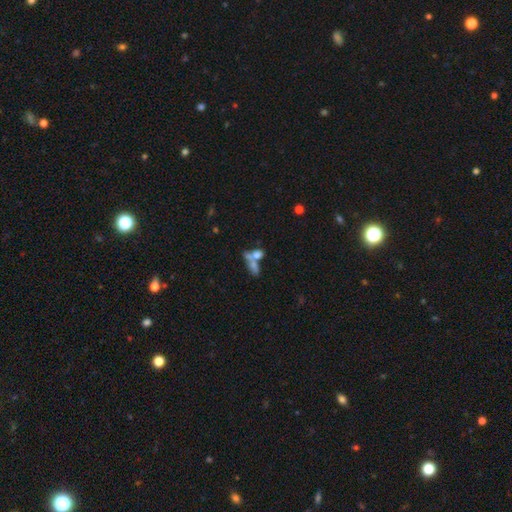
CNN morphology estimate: Overall: smooth (60%; featured or disk 26%). How rounded: in between (60%; round 23%). Merging: merger (56%; none 28%).